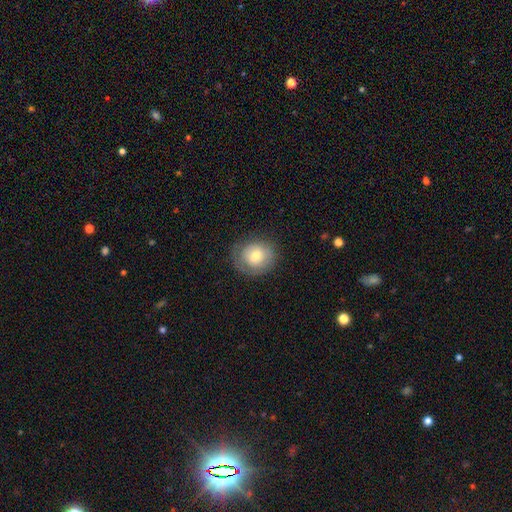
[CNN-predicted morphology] A smooth galaxy with no disk features (70%) that is round (81%).

Vote fractions:
- Smooth or featured? smooth: 70% / featured or disk: 22% / star or artifact: 8%
- How rounded? round: 81% / in between: 18% / cigar-shaped: 1%
- Merging? none: 75% / minor disturbance: 17% / major disturbance: 7% / merger: 1%